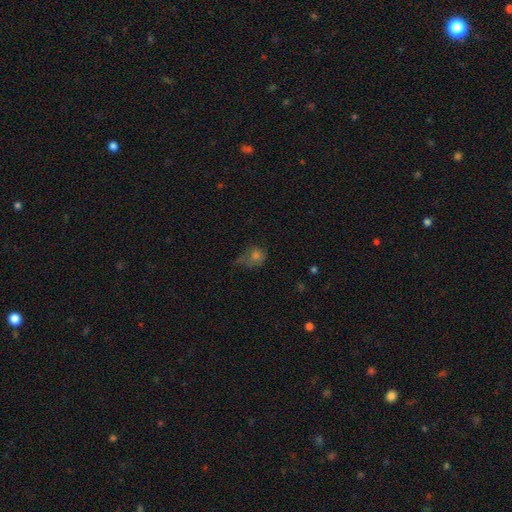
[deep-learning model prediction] smooth-or-featured: smooth: 59% | star or artifact: 23% | featured or disk: 19%
  how-rounded: round: 66% | in between: 32% | cigar-shaped: 2%
  merging: none: 39% | major disturbance: 29% | minor disturbance: 26% | merger: 6%